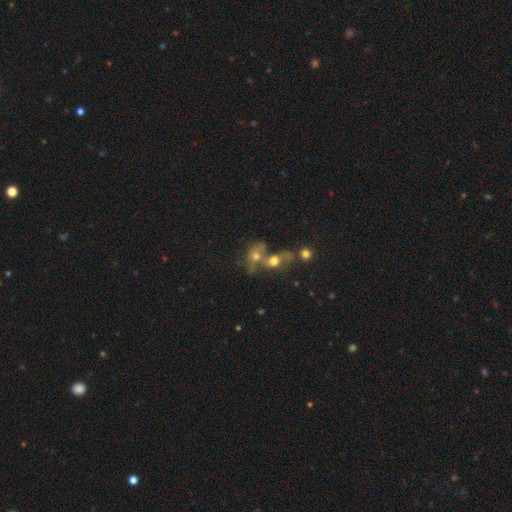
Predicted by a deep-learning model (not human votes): A smooth galaxy with no disk features (56%) that is in between round and cigar-shaped (53%). Merging: merger (63%).